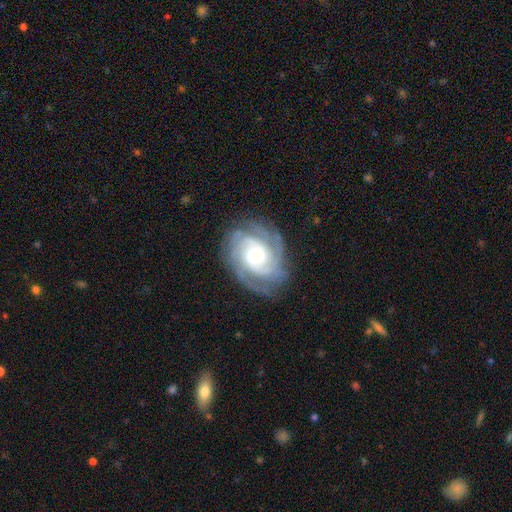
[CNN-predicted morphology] This appears to be a featured or disk galaxy (89%) with no bar (67%), 3 (36%) tight (66%) spiral arms (97%) and a moderate central bulge (54%). Merging: none (78%).